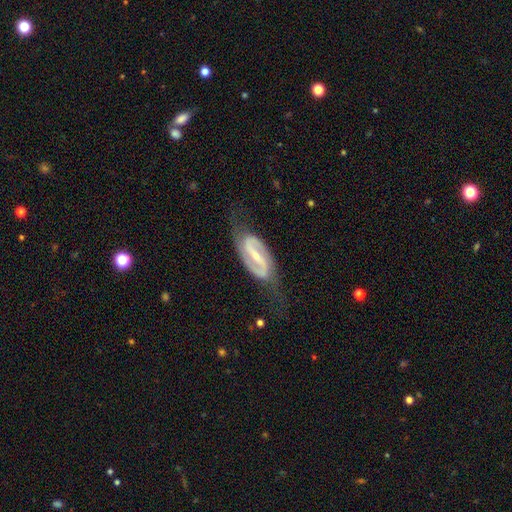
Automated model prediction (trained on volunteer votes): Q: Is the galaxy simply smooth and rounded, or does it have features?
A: featured or disk — 90%.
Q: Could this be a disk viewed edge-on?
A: no — 95%.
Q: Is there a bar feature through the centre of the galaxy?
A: strong — 66%.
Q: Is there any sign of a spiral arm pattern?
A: yes — 96%.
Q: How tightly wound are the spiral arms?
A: medium — 46%.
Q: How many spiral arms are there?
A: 2 — 93%.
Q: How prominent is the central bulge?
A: small — 69%.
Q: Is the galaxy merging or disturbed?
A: none — 65%.